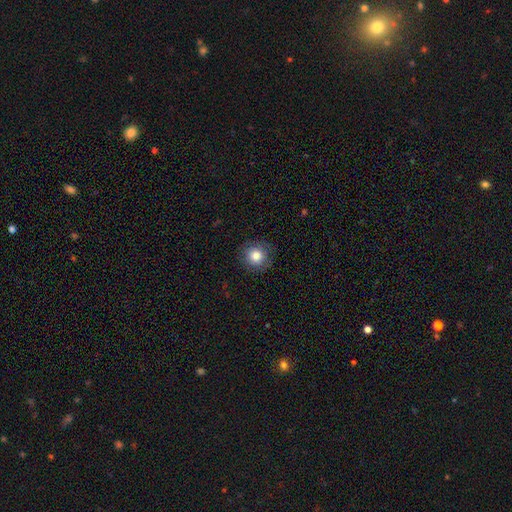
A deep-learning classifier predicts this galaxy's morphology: This is clearly a smooth galaxy (83%). How rounded: clearly round (92%). Merging: clearly none (86%).